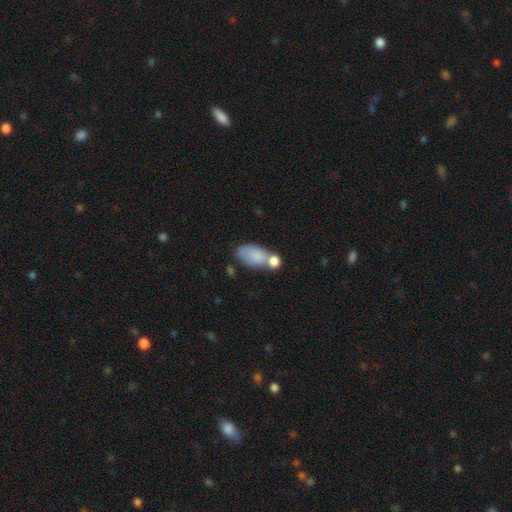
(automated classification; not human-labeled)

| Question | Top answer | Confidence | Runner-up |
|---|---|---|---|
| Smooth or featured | smooth | 80% | featured or disk (12%) |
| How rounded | in between | 91% | round (7%) |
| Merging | merger | 40% | none (35%) |